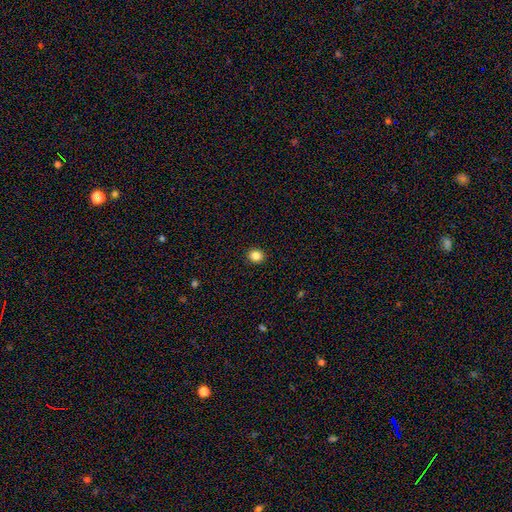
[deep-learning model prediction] smooth-or-featured: smooth: 85% | star or artifact: 11% | featured or disk: 4%
  how-rounded: round: 79% | in between: 20% | cigar-shaped: 1%
  merging: none: 92% | minor disturbance: 5% | major disturbance: 2% | merger: 1%